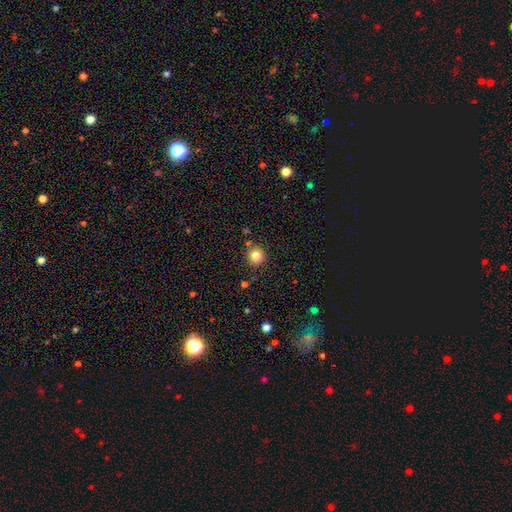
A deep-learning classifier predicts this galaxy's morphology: smooth-or-featured: smooth: 82% | star or artifact: 12% | featured or disk: 6%
  how-rounded: round: 92% | in between: 7% | cigar-shaped: 1%
  merging: none: 85% | minor disturbance: 8% | merger: 4% | major disturbance: 2%